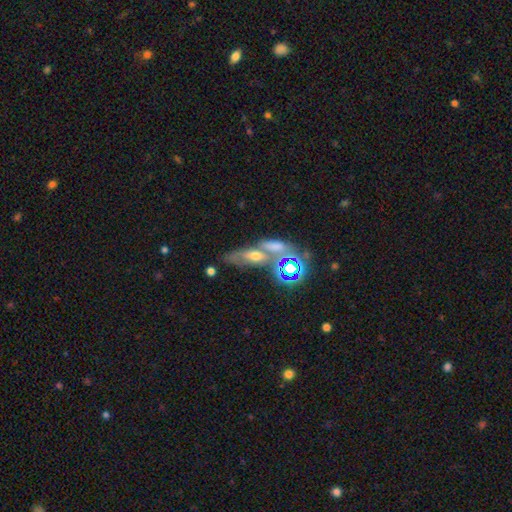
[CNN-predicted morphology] Smooth or featured? Predicted: smooth (p=0.43). Merging? Predicted: merger (p=0.43).